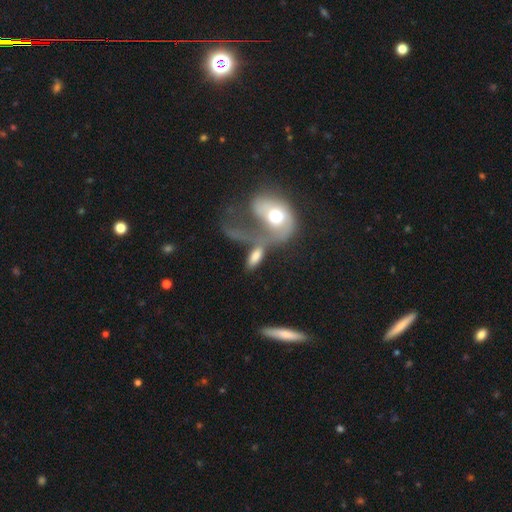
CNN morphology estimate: A smooth galaxy with no disk features (62%) that is in between round and cigar-shaped (85%).

Vote fractions:
- Smooth or featured? smooth: 62% / featured or disk: 30% / star or artifact: 7%
- How rounded? in between: 85% / cigar-shaped: 9% / round: 6%
- Merging? merger: 55% / none: 20% / major disturbance: 15% / minor disturbance: 9%